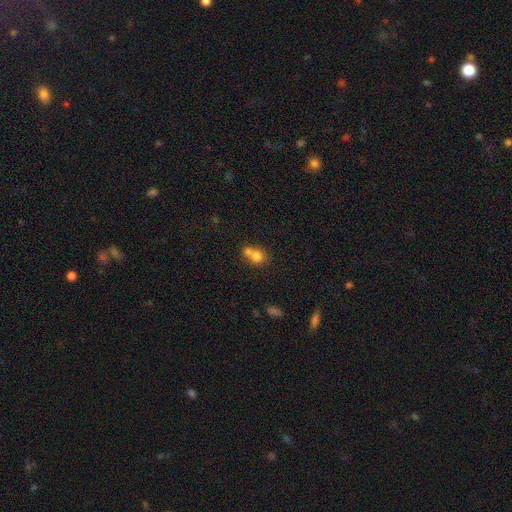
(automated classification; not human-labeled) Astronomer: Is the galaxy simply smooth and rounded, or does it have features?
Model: smooth — 76%.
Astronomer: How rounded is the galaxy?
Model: round — 75%.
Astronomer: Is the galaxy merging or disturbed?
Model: merger — 58%.